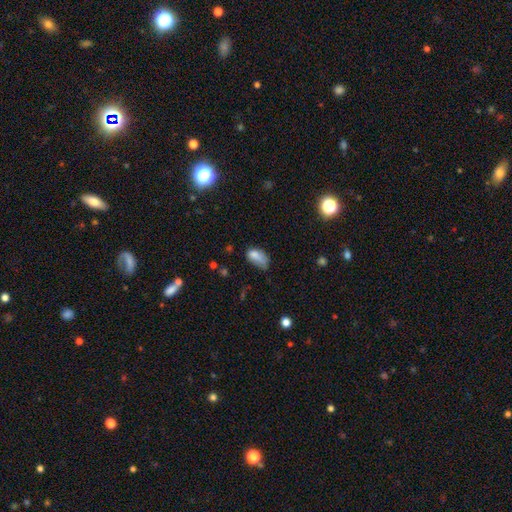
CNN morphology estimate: This is likely a smooth galaxy (78%). How rounded: clearly in between (90%). Merging: marginally minor disturbance (39%).